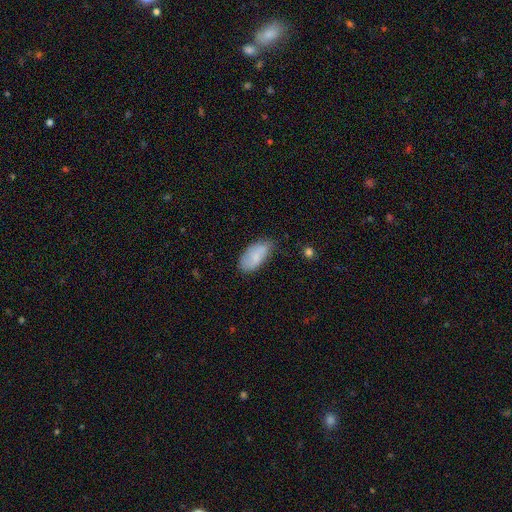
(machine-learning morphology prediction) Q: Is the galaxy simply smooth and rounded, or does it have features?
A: smooth — 77%.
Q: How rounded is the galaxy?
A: in between — 93%.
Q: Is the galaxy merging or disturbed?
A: none — 60%.